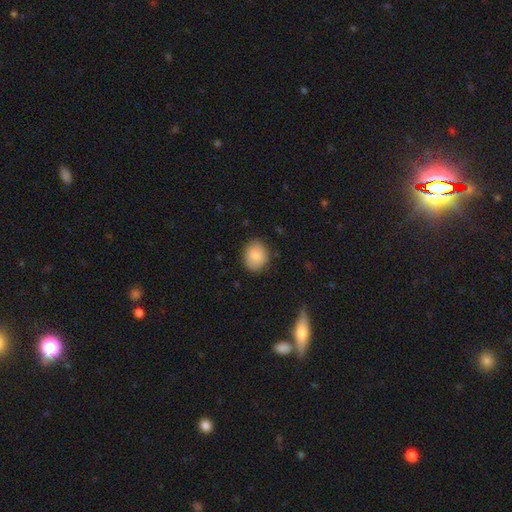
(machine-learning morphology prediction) Smooth or featured: smooth — 83% (featured or disk — 9%)
How rounded: round — 55% (in between — 44%)
Merging: none — 84% (minor disturbance — 12%)